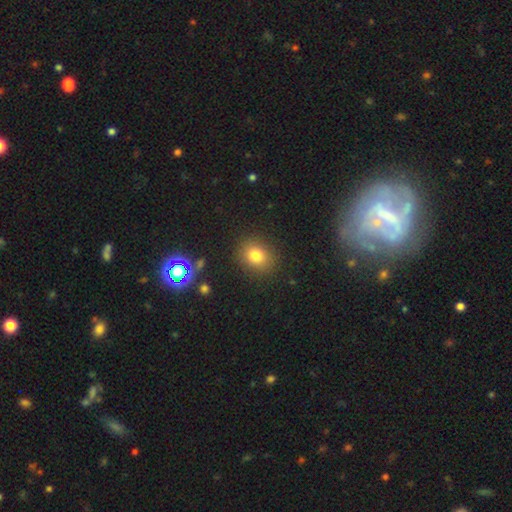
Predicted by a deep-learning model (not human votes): Smooth or featured: smooth — 79% (star or artifact — 14%)
How rounded: round — 64% (in between — 35%)
Merging: none — 87% (minor disturbance — 8%)